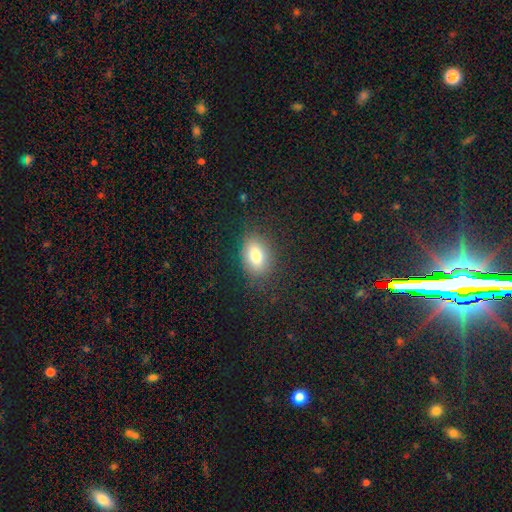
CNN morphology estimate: smooth_or_featured: smooth (p=0.81) [alt: star or artifact p=0.10]
how_rounded: in between (p=0.80) [alt: round p=0.19]
merging: none (p=0.82) [alt: minor disturbance p=0.13]